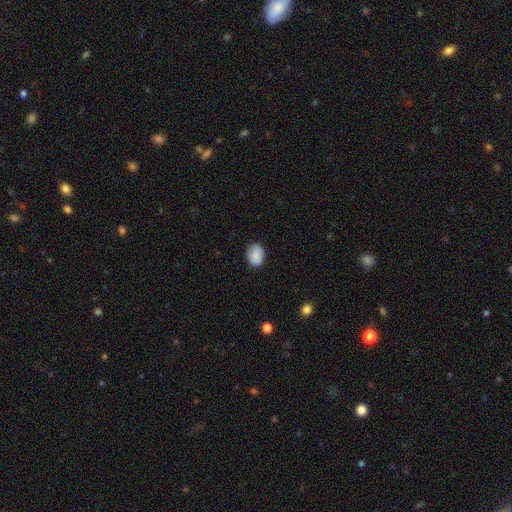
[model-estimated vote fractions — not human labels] A smooth galaxy with no disk features (88%) that is in between round and cigar-shaped (72%).

Vote fractions:
- Smooth or featured? smooth: 88% / star or artifact: 7% / featured or disk: 6%
- How rounded? in between: 72% / round: 27% / cigar-shaped: 1%
- Merging? none: 84% / minor disturbance: 13% / major disturbance: 2% / merger: 1%